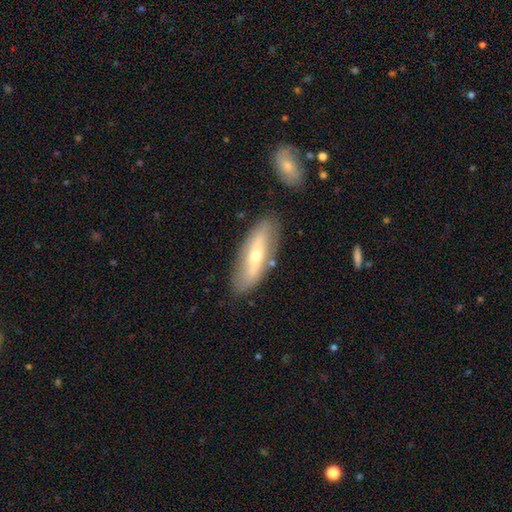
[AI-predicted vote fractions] This is possibly a featured or disk galaxy (49%). Merging: clearly none (80%).